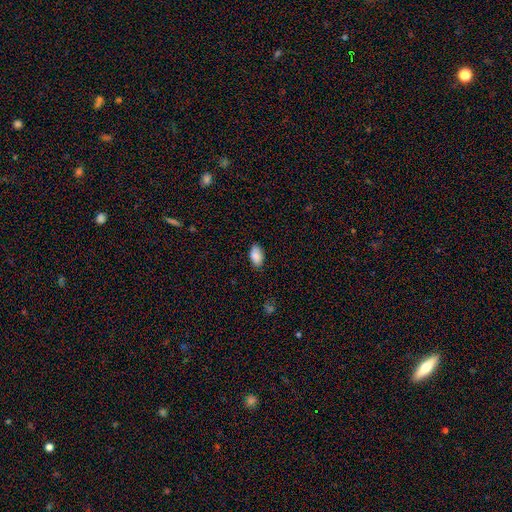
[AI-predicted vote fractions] Morphology: type=smooth (89%); roundness=in between (94%); merging=none (83%).